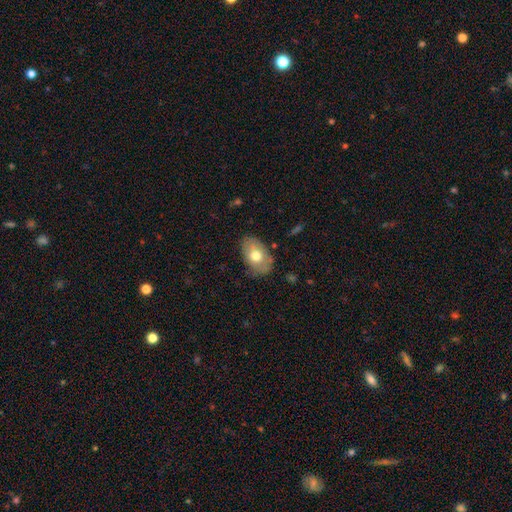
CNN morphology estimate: A smooth galaxy with no disk features (68%) that is in between round and cigar-shaped (87%).

Vote fractions:
- Smooth or featured? smooth: 68% / featured or disk: 25% / star or artifact: 7%
- How rounded? in between: 87% / round: 12% / cigar-shaped: 1%
- Merging? none: 76% / minor disturbance: 19% / major disturbance: 4% / merger: 2%